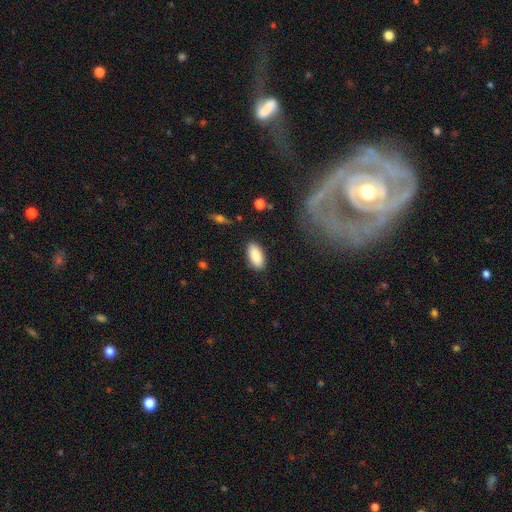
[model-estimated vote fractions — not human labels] Smooth or featured? smooth (88%)
How rounded? in between (91%)
Merging? none (87%)